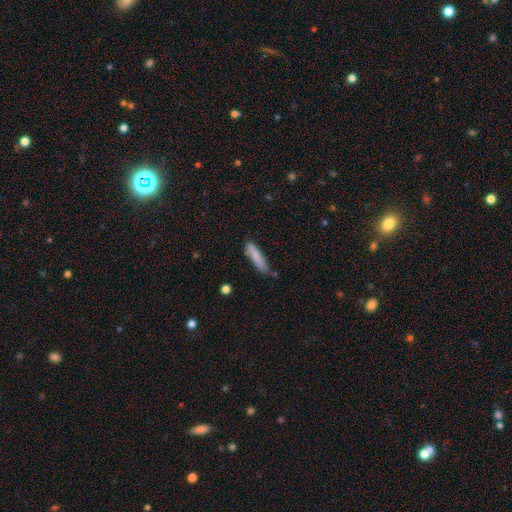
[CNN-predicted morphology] A smooth galaxy with no disk features (80%) that is cigar-shaped (76%).

Vote fractions:
- Smooth or featured? smooth: 80% / featured or disk: 14% / star or artifact: 6%
- How rounded? cigar-shaped: 76% / in between: 23% / round: 2%
- Merging? none: 64% / minor disturbance: 27% / merger: 5% / major disturbance: 5%